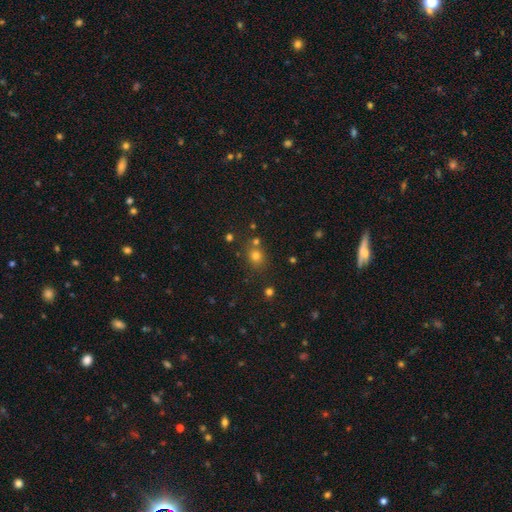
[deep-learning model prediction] Smooth or featured? smooth (73%)
How rounded? round (77%)
Merging? none (72%)